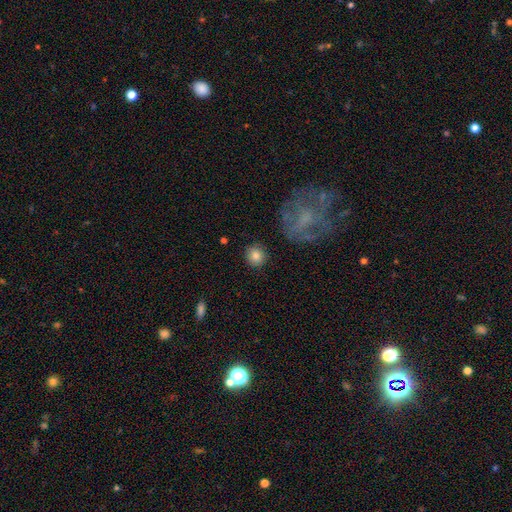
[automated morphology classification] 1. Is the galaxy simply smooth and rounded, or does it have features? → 83% smooth, 9% star or artifact, 8% featured or disk.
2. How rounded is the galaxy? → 91% round, 8% in between, 1% cigar-shaped.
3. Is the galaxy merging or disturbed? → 89% none, 7% minor disturbance, 3% major disturbance, 2% merger.